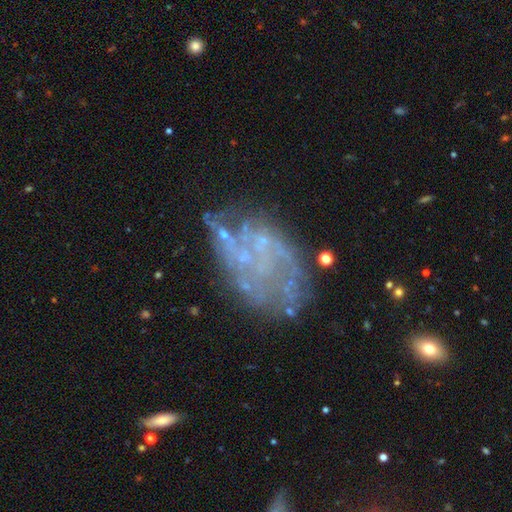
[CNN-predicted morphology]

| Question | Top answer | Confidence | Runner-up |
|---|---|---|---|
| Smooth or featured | featured or disk | 70% | smooth (16%) |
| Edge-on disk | no | 97% | yes (3%) |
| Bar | no | 87% | weak (10%) |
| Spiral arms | no | 64% | yes (36%) |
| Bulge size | none | 70% | small (23%) |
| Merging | none | 52% | major disturbance (21%) |